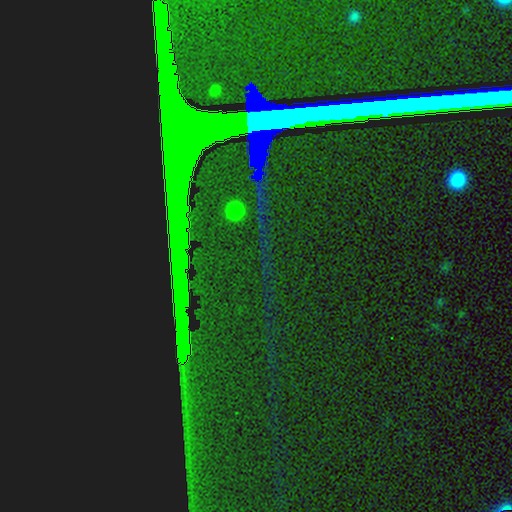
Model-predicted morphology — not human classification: star or artifact 88%, featured or disk 6%, smooth 6%.